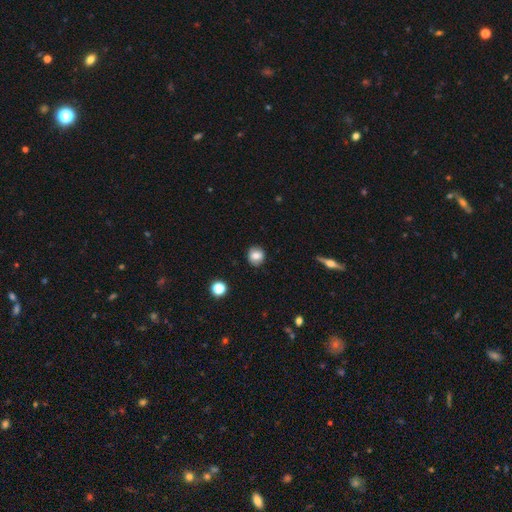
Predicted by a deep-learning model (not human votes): Morphology: type=smooth (79%); roundness=round (83%); merging=none (87%).